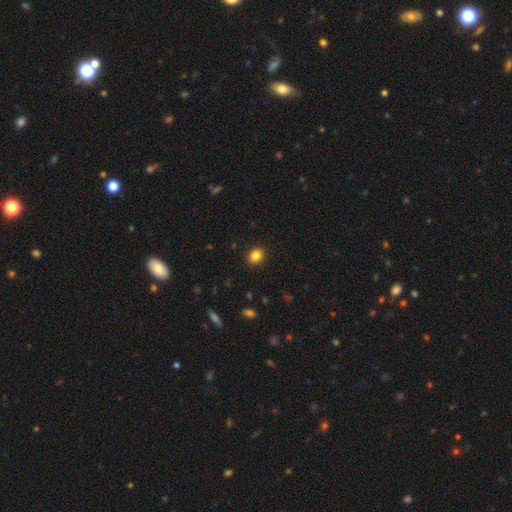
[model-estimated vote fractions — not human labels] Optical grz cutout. It shows a smooth galaxy with no disk features (84%) that is round (69%). Merging: none (91%).